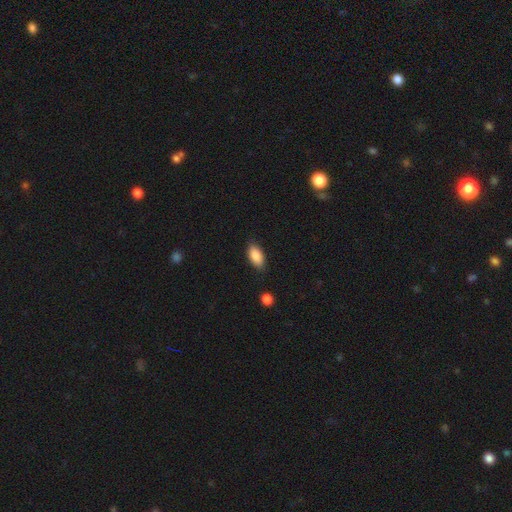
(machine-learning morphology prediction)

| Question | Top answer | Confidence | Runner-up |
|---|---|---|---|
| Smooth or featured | smooth | 87% | star or artifact (7%) |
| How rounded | in between | 91% | cigar-shaped (6%) |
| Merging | none | 82% | minor disturbance (13%) |